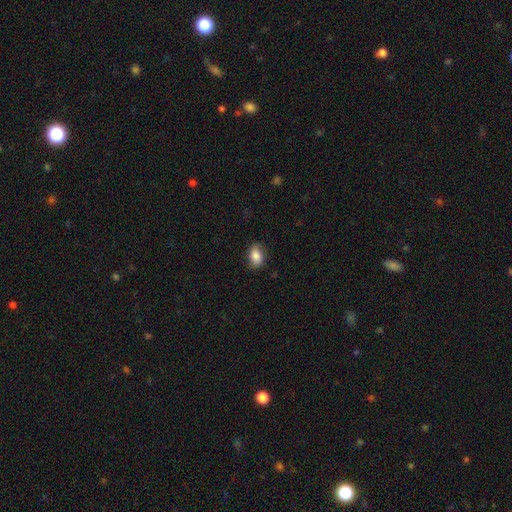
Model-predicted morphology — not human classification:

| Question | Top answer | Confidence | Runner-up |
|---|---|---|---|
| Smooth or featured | smooth | 84% | featured or disk (8%) |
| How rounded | in between | 82% | round (16%) |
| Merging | none | 82% | minor disturbance (14%) |